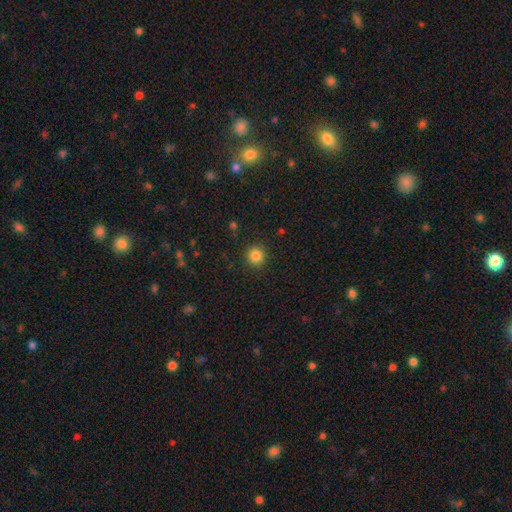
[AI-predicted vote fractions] smooth-or-featured: smooth: 85% | star or artifact: 11% | featured or disk: 4%
  how-rounded: round: 92% | in between: 7% | cigar-shaped: 1%
  merging: none: 91% | minor disturbance: 6% | major disturbance: 2% | merger: 1%